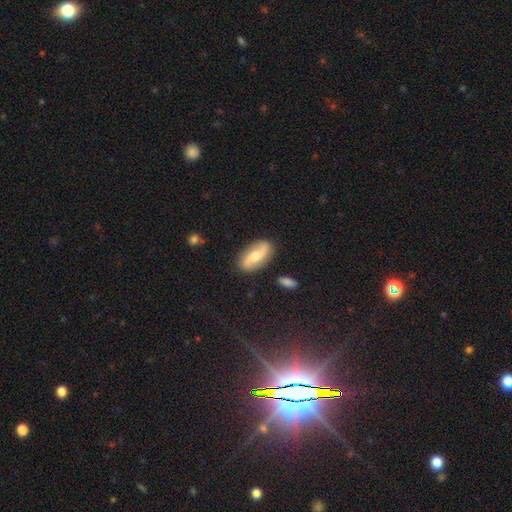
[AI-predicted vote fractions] Smooth or featured: featured or disk — 67% (smooth — 27%)
Edge-on disk: no — 94% (yes — 6%)
Bar: no — 48% (weak — 36%)
Spiral arms: yes — 91% (no — 9%)
Spiral winding: loose — 64% (medium — 26%)
Spiral arm count: 2 — 92% (can't tell — 3%)
Bulge size: moderate — 61% (small — 29%)
Merging: none — 84% (minor disturbance — 11%)